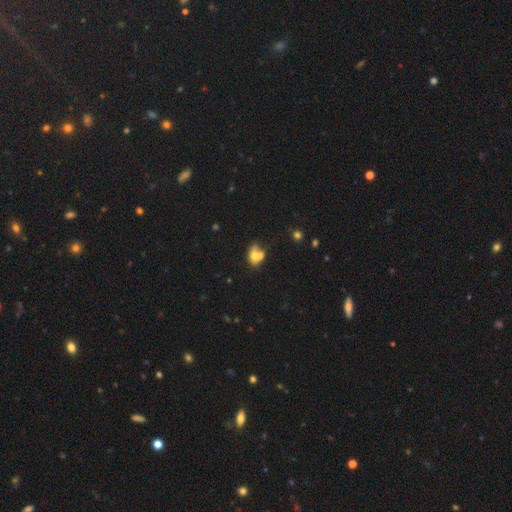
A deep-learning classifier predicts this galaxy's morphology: Smooth or featured: smooth — 63% (featured or disk — 26%)
How rounded: in between — 68% (round — 30%)
Merging: merger — 53% (none — 26%)